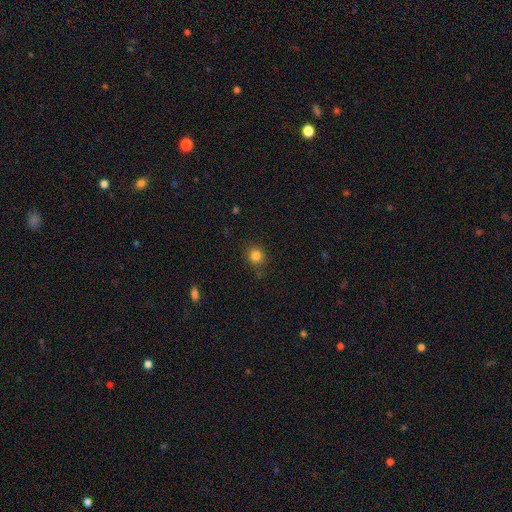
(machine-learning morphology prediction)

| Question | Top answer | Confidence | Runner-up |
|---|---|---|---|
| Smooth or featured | smooth | 82% | star or artifact (13%) |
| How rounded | round | 83% | in between (16%) |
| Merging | none | 82% | minor disturbance (12%) |